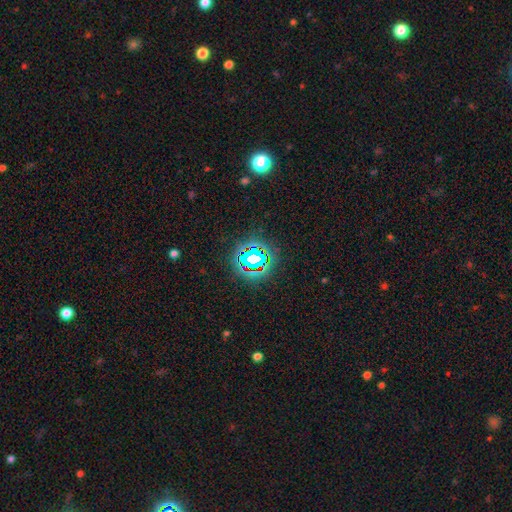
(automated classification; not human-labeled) Morphology: type=star or artifact (73%).